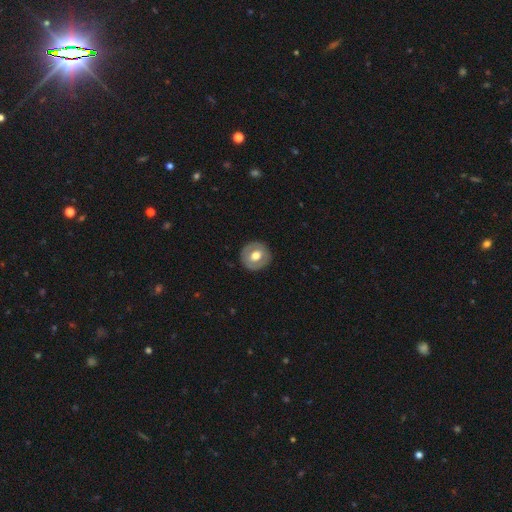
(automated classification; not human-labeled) A smooth galaxy with no disk features (54%) that is round (88%).

Vote fractions:
- Smooth or featured? smooth: 54% / featured or disk: 40% / star or artifact: 6%
- How rounded? round: 88% / in between: 11% / cigar-shaped: 1%
- Merging? none: 88% / minor disturbance: 8% / major disturbance: 3% / merger: 1%